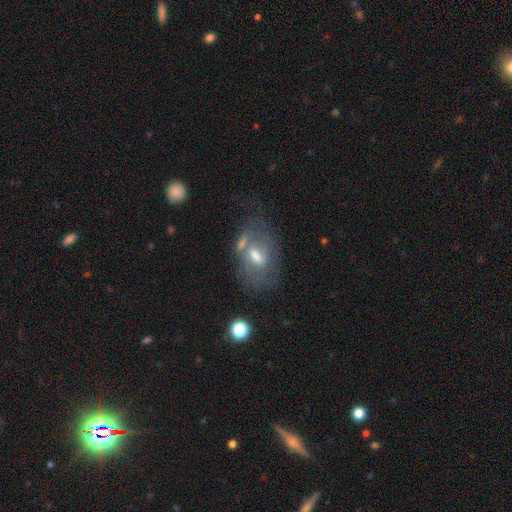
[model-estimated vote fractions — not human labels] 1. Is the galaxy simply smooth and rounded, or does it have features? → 51% featured or disk, 39% smooth, 10% star or artifact.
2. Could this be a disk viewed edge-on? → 89% no, 11% yes.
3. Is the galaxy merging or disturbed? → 39% none, 22% major disturbance, 21% minor disturbance, 18% merger.